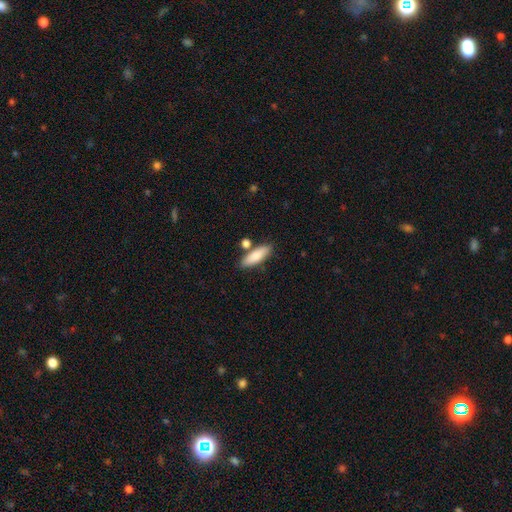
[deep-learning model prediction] Smooth or featured: smooth — 83% (featured or disk — 11%)
How rounded: in between — 57% (cigar-shaped — 40%)
Merging: none — 75% (merger — 11%)